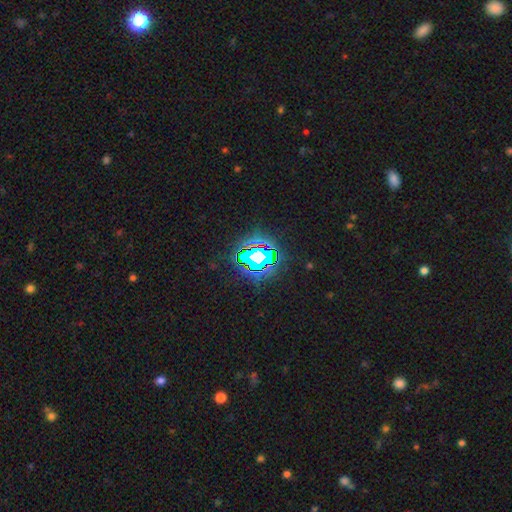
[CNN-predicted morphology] Smooth or featured: star or artifact — 80% (smooth — 12%)